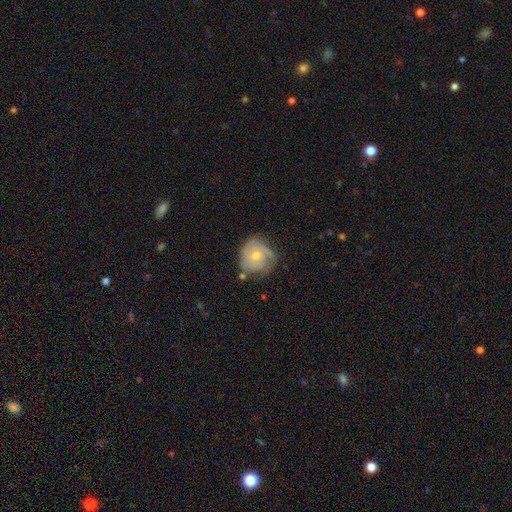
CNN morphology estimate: smooth-or-featured: featured or disk: 55% | smooth: 37% | star or artifact: 7%
  disk-edge-on: no: 97% | yes: 3%
    bar: no: 82% | weak: 15% | strong: 2%
    has-spiral-arms: yes: 77% | no: 23%
    bulge-size: small: 55% | moderate: 41% | large: 1% | none: 1% | dominant: 1%
  merging: none: 61% | minor disturbance: 26% | major disturbance: 9% | merger: 4%